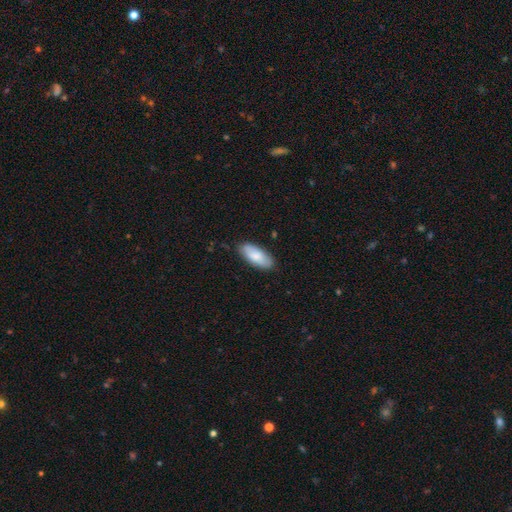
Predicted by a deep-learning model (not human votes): Smooth or featured: smooth — 80% (featured or disk — 15%)
How rounded: in between — 85% (cigar-shaped — 14%)
Merging: none — 84% (minor disturbance — 13%)